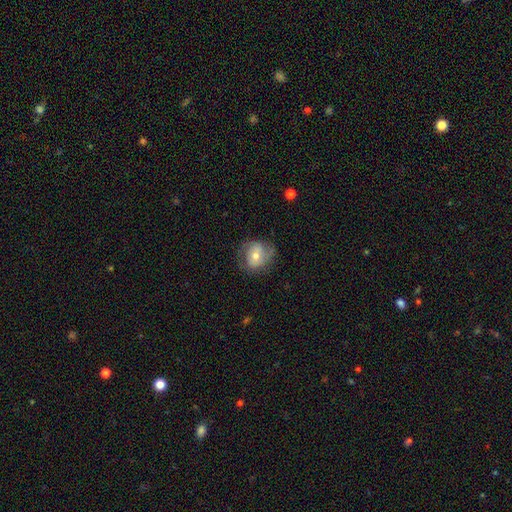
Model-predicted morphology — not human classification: Overall: smooth (48%; featured or disk 43%). Merging: none (62%; minor disturbance 24%).